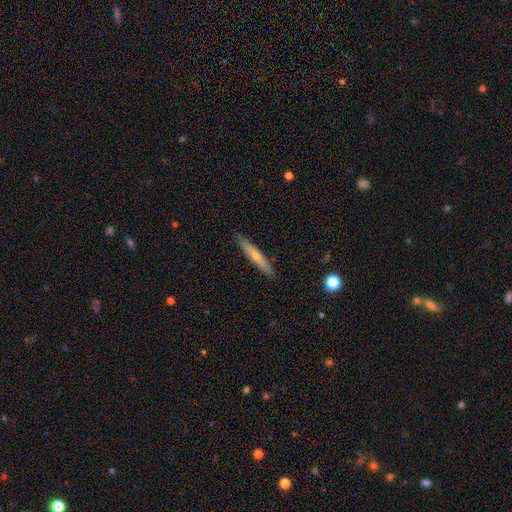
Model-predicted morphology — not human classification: smooth_or_featured: smooth (p=0.58) [alt: featured or disk p=0.36]
how_rounded: cigar-shaped (p=0.94) [alt: in between p=0.05]
merging: none (p=0.89) [alt: minor disturbance p=0.08]